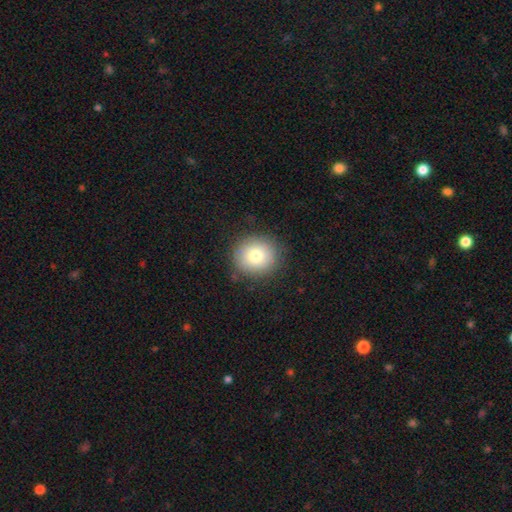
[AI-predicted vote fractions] Overall: smooth (76%). How rounded: round (89%). Merging: none (87%).